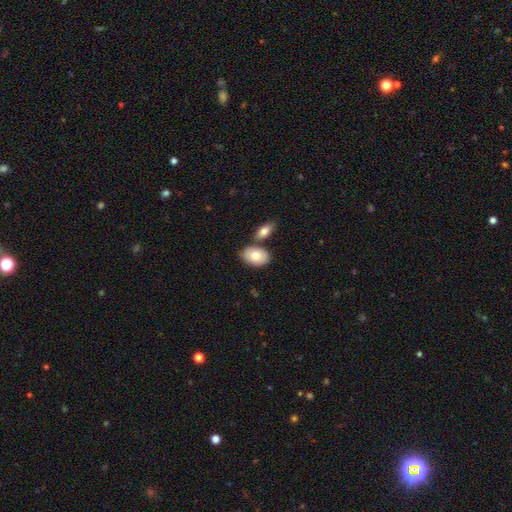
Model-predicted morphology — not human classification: smooth 76%, featured or disk 18%, star or artifact 6%. Down the decision tree: how rounded — in between (90%); merging — none (65%).